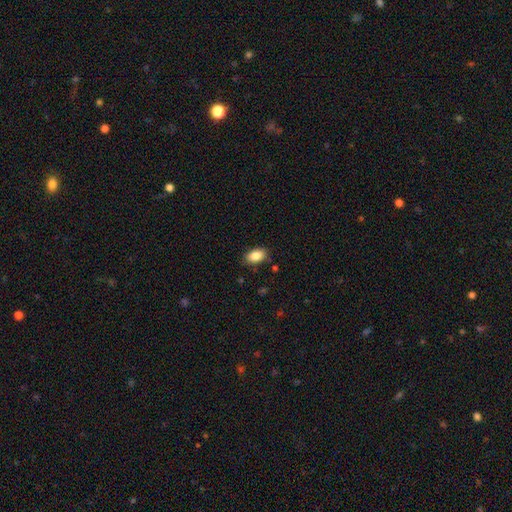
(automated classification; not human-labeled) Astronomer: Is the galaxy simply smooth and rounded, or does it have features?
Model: smooth — 87%.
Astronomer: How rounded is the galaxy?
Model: in between — 90%.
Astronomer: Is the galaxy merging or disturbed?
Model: none — 85%.